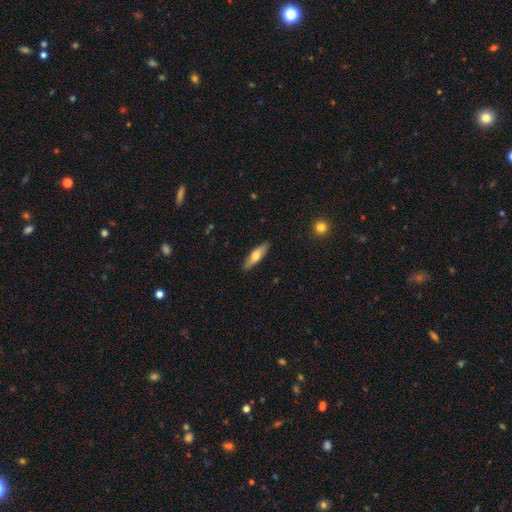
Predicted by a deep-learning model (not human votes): Smooth or featured?
  - smooth: 63% *
  - featured or disk: 32%
  - star or artifact: 6%
How rounded?
  - cigar-shaped: 63% *
  - in between: 35%
  - round: 2%
Merging?
  - none: 89% *
  - minor disturbance: 8%
  - major disturbance: 2%
  - merger: 1%